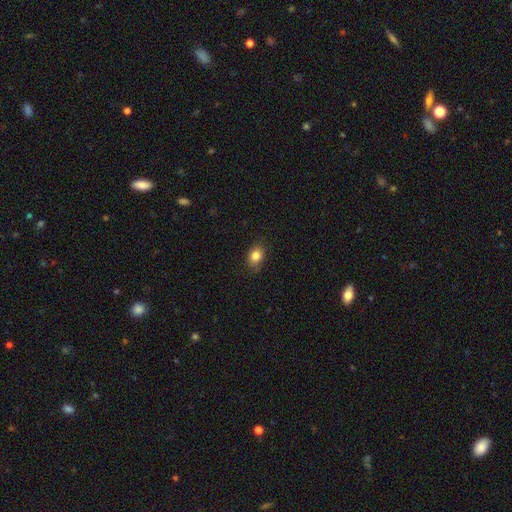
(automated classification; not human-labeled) Smooth or featured? Predicted: smooth (p=0.84). How rounded? Predicted: in between (p=0.64). Merging? Predicted: none (p=0.85).